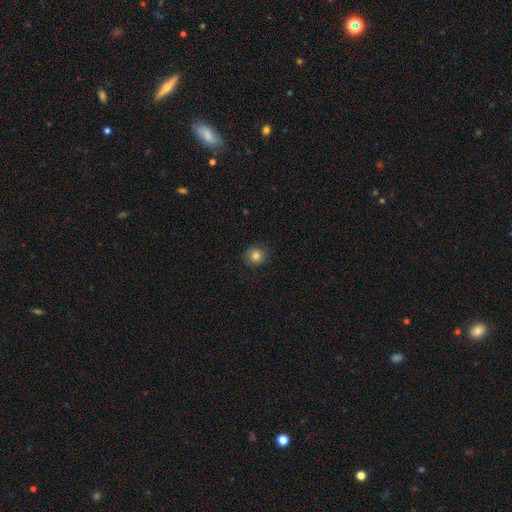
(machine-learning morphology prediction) This is clearly a smooth galaxy (82%). How rounded: clearly round (89%). Merging: clearly none (88%).